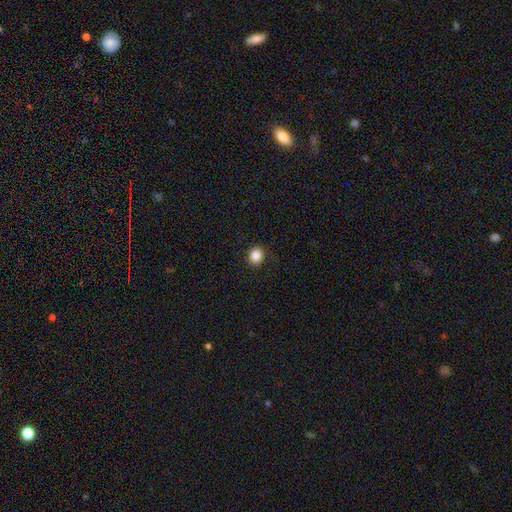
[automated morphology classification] smooth_or_featured: smooth (p=0.86) [alt: star or artifact p=0.10]
how_rounded: round (p=0.78) [alt: in between p=0.21]
merging: none (p=0.91) [alt: minor disturbance p=0.06]